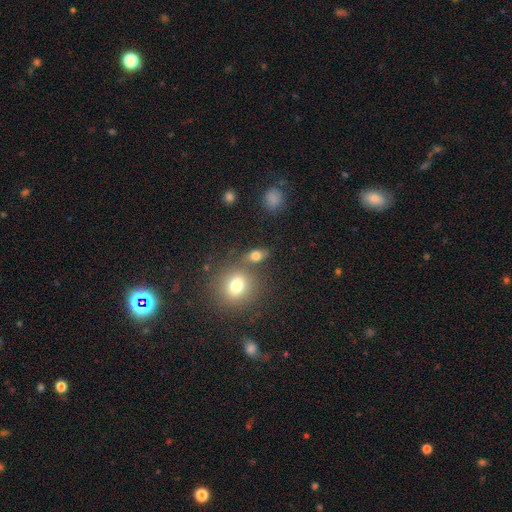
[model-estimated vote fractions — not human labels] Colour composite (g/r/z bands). It shows a smooth galaxy with no disk features (75%) that is in between round and cigar-shaped (68%). Merging: none (66%).